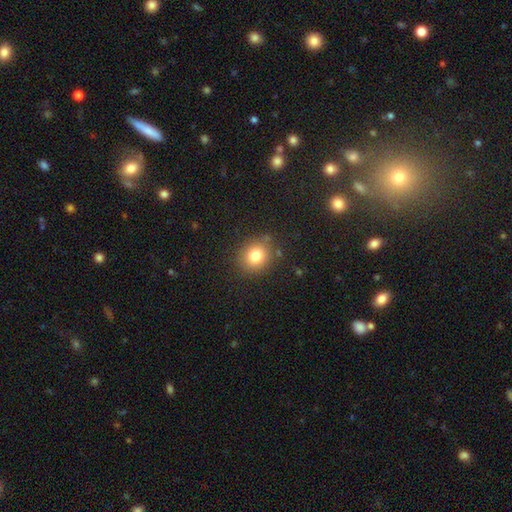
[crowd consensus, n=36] Smooth or featured? 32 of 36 (89%) said smooth. How rounded? 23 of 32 (72%) said round. Merging? 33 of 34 (97%) said none.